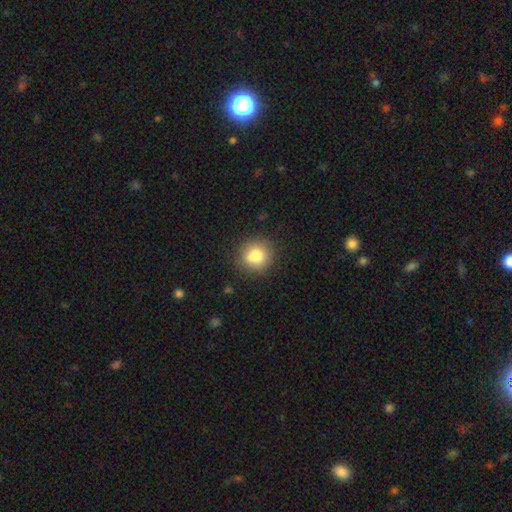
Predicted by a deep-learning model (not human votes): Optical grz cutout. It shows a smooth galaxy with no disk features (79%) that is round (87%). Merging: none (77%).